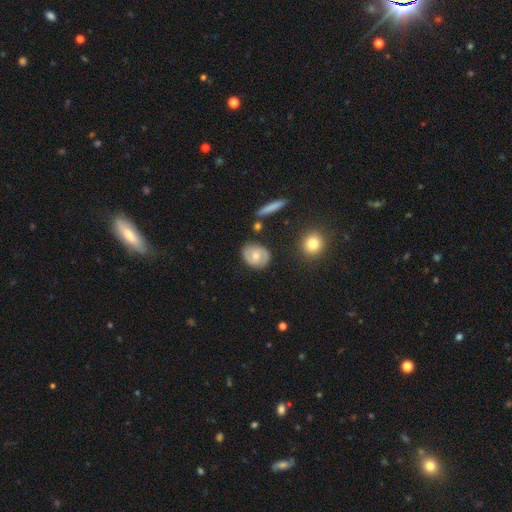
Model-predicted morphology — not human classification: Smooth or featured? Predicted: smooth (p=0.48). Merging? Predicted: none (p=0.79).